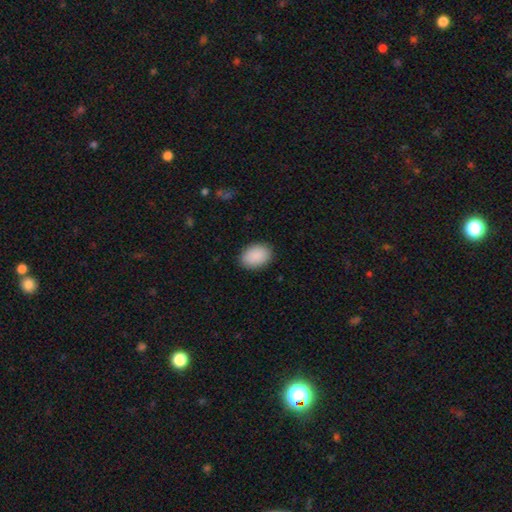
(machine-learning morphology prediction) Q: Smooth or featured?
A: smooth (91%); runner-up: star or artifact (6%)
Q: How rounded?
A: in between (81%); runner-up: round (18%)
Q: Merging?
A: none (88%); runner-up: minor disturbance (9%)